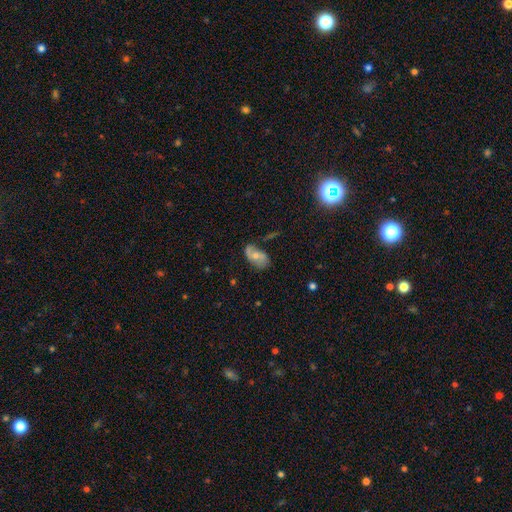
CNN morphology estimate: A featured or disk galaxy (56%) with no bar (55%), spiral arms (83%) and a moderate central bulge (47%).

Vote fractions:
- Smooth or featured? featured or disk: 56% / smooth: 35% / star or artifact: 8%
- Edge-on disk? no: 95% / yes: 5%
- Bar? no: 55% / weak: 35% / strong: 10%
- Spiral arms? yes: 83% / no: 17%
- Bulge size? moderate: 47% / small: 44% / none: 5% / large: 3% / dominant: 1%
- Merging? none: 60% / minor disturbance: 26% / major disturbance: 11% / merger: 4%